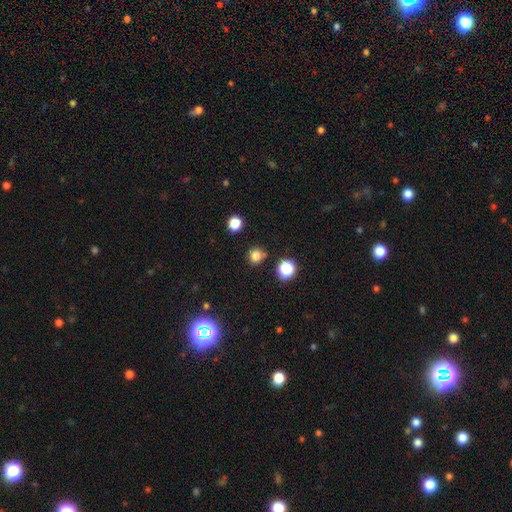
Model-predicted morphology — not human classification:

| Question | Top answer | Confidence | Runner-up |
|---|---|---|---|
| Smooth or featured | smooth | 78% | star or artifact (17%) |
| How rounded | round | 89% | in between (10%) |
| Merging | none | 84% | minor disturbance (8%) |